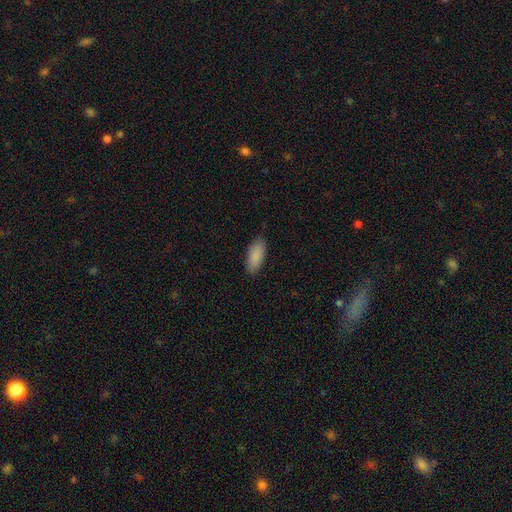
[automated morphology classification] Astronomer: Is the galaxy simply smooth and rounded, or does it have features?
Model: smooth — 90%.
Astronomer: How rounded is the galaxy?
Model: in between — 86%.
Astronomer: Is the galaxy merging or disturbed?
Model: none — 87%.